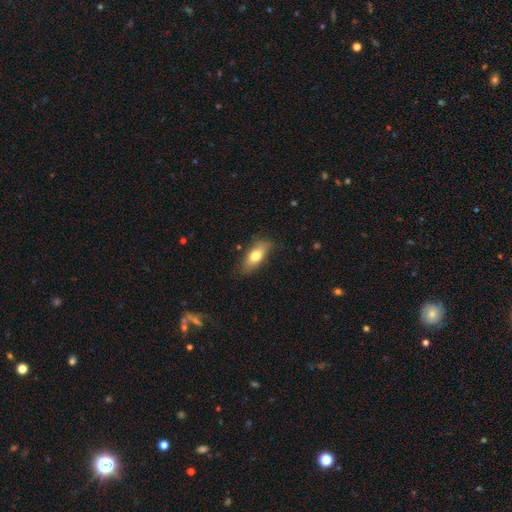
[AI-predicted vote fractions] Smooth or featured?
  - smooth: 72% *
  - featured or disk: 21%
  - star or artifact: 7%
How rounded?
  - in between: 76% *
  - cigar-shaped: 20%
  - round: 4%
Merging?
  - none: 77% *
  - minor disturbance: 18%
  - major disturbance: 4%
  - merger: 1%